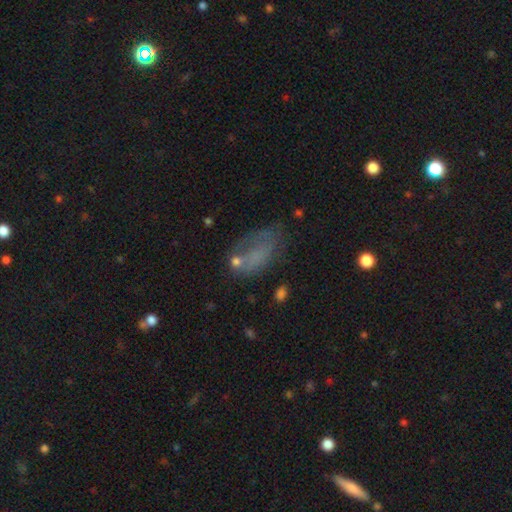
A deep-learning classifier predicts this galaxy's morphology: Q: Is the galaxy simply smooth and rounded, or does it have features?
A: smooth — 52%.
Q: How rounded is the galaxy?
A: in between — 86%.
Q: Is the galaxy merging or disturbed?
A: none — 38%.